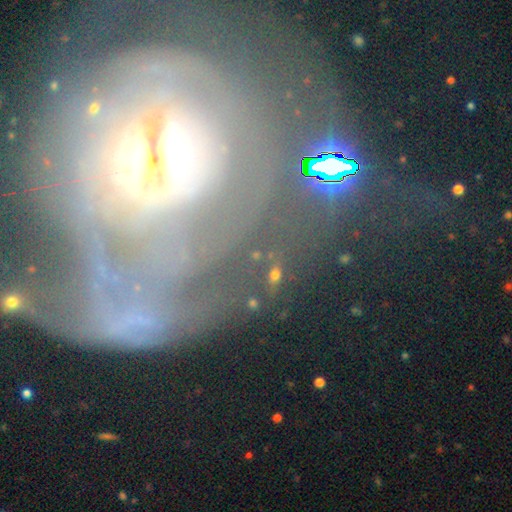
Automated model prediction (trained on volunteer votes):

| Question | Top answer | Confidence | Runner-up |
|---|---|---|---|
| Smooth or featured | featured or disk | 58% | star or artifact (25%) |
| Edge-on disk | no | 88% | yes (12%) |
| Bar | no | 45% | strong (30%) |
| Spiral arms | yes | 68% | no (32%) |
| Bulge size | moderate | 38% | small (30%) |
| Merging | none | 60% | major disturbance (16%) |